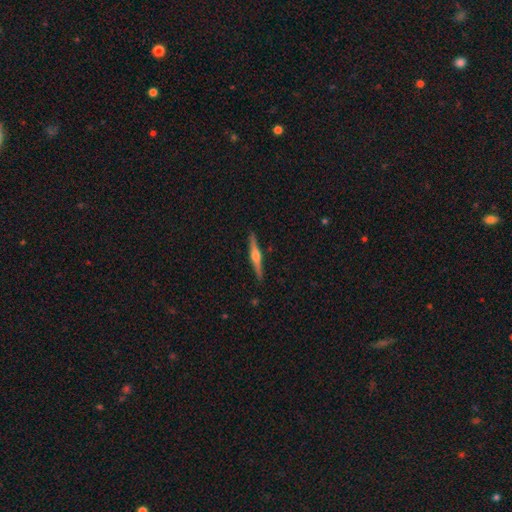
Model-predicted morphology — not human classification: Smooth or featured? Predicted: featured or disk (p=0.77). Edge-on disk? Predicted: yes (p=0.98). Edge-on bulge? Predicted: rounded (p=0.89). Merging? Predicted: none (p=0.91).